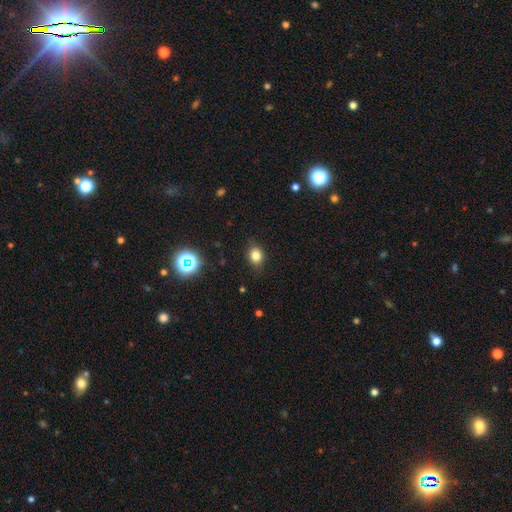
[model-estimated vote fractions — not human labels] Overall: smooth (79%). How rounded: round (56%; in between 43%). Merging: none (82%).